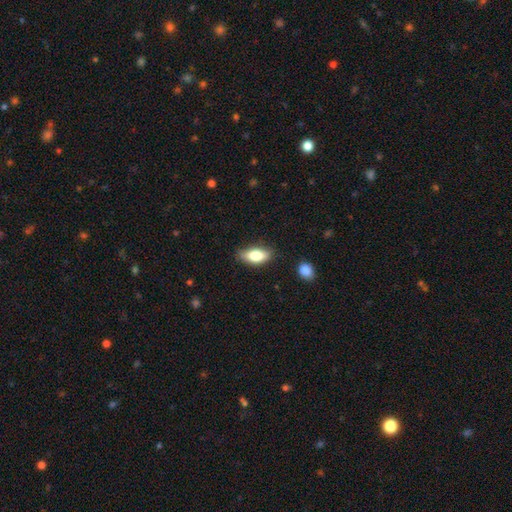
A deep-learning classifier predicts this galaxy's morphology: Overall: smooth (78%). How rounded: in between (85%). Merging: none (80%).